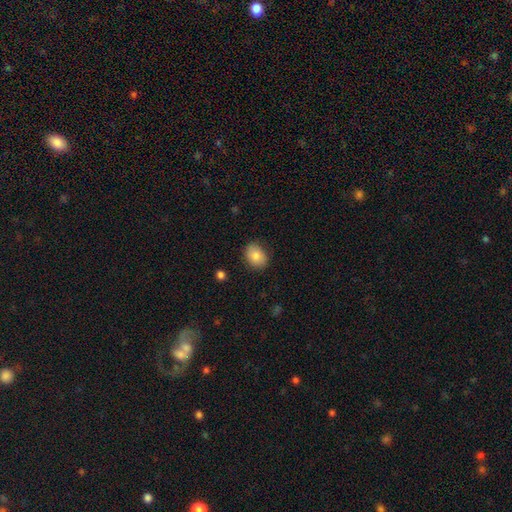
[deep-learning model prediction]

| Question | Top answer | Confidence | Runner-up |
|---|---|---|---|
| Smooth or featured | smooth | 83% | featured or disk (9%) |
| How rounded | in between | 65% | round (34%) |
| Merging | none | 85% | minor disturbance (11%) |